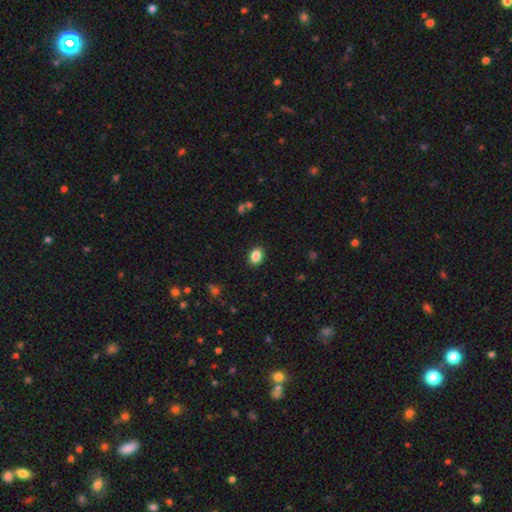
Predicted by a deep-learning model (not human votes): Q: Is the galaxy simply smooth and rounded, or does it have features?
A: smooth — 86%.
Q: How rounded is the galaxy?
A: in between — 71%.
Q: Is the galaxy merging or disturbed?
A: none — 89%.